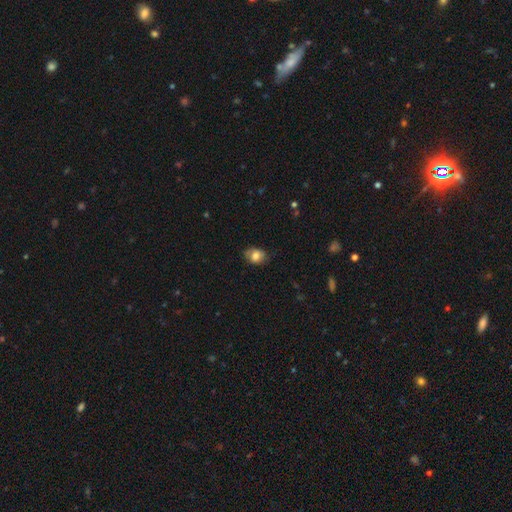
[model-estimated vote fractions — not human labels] The model was most divided on "how rounded": in between: 62%, round: 37%, cigar-shaped: 1%. More confident: smooth or featured — smooth (76%); merging — none (70%).